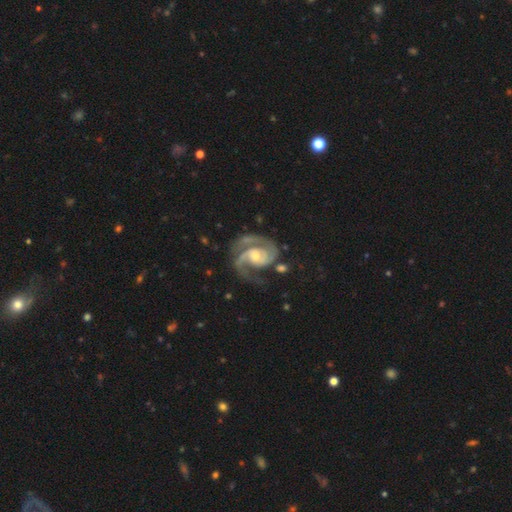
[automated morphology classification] Smooth or featured: featured or disk — 92% (star or artifact — 4%)
Edge-on disk: no — 98% (yes — 2%)
Bar: no — 54% (weak — 34%)
Spiral arms: yes — 98% (no — 2%)
Spiral winding: medium — 53% (tight — 38%)
Spiral arm count: 2 — 86% (3 — 6%)
Bulge size: small — 48% (moderate — 46%)
Merging: none — 66% (minor disturbance — 19%)